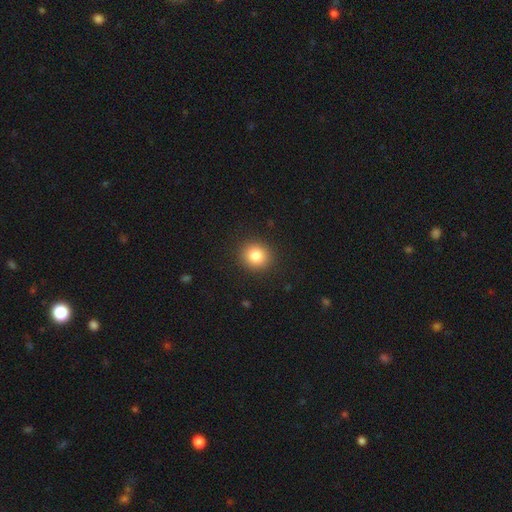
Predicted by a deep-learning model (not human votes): Morphology: type=smooth (84%); roundness=round (84%); merging=none (91%).